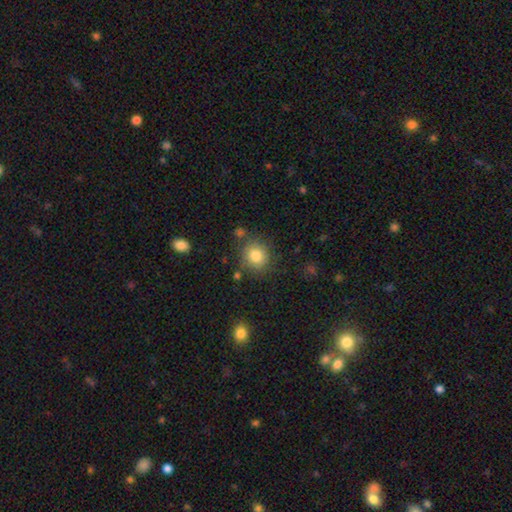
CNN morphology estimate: This is clearly a smooth galaxy (82%). How rounded: clearly round (84%). Merging: likely none (79%).